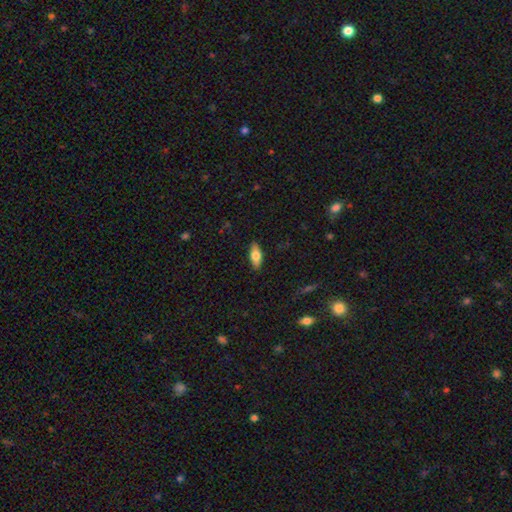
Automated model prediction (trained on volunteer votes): smooth_or_featured: smooth (p=0.69) [alt: featured or disk p=0.24]
how_rounded: in between (p=0.77) [alt: cigar-shaped p=0.20]
merging: none (p=0.86) [alt: minor disturbance p=0.10]